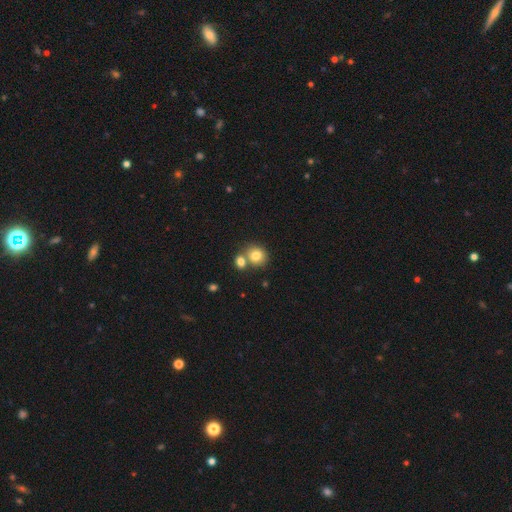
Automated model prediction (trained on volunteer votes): This is clearly a smooth galaxy (81%). How rounded: likely round (80%). Merging: possibly none (52%).